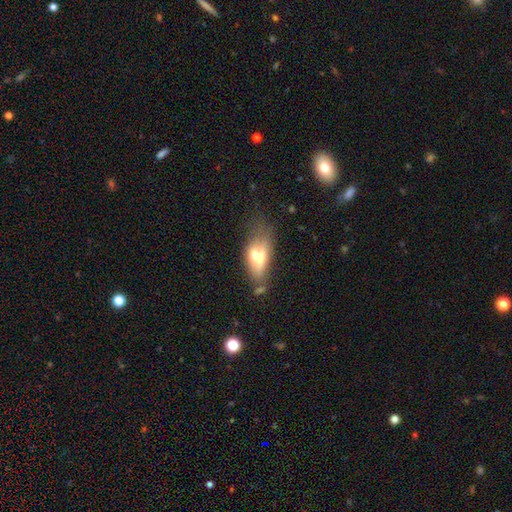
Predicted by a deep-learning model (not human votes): smooth-or-featured: smooth: 51% | featured or disk: 40% | star or artifact: 9%
  how-rounded: in between: 80% | cigar-shaped: 14% | round: 6%
  merging: none: 33% | merger: 28% | minor disturbance: 22% | major disturbance: 17%